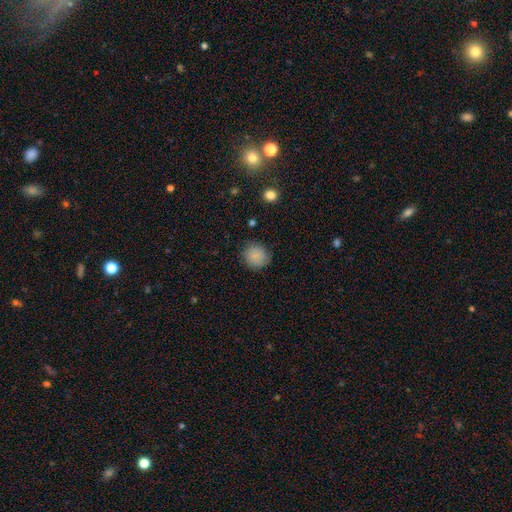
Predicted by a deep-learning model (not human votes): smooth-or-featured: smooth: 86% | star or artifact: 9% | featured or disk: 6%
  how-rounded: round: 87% | in between: 12% | cigar-shaped: 1%
  merging: none: 83% | minor disturbance: 12% | major disturbance: 3% | merger: 1%